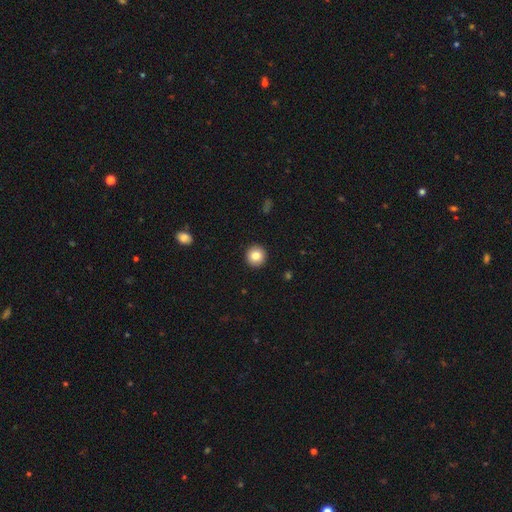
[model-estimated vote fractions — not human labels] Overall: smooth (83%). How rounded: round (95%). Merging: none (93%).